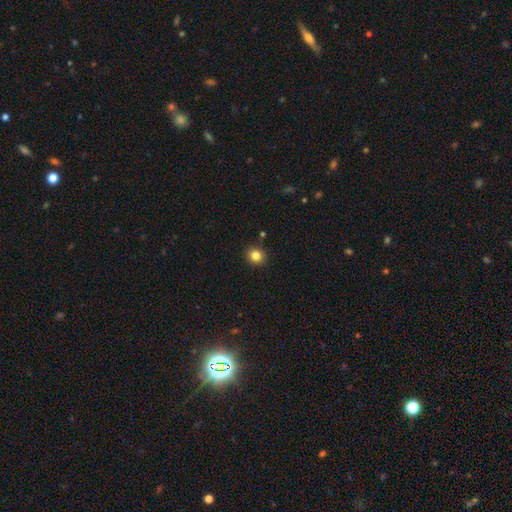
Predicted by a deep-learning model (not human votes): smooth 83%, star or artifact 12%, featured or disk 5%. Down the decision tree: how rounded — round (85%); merging — none (89%).